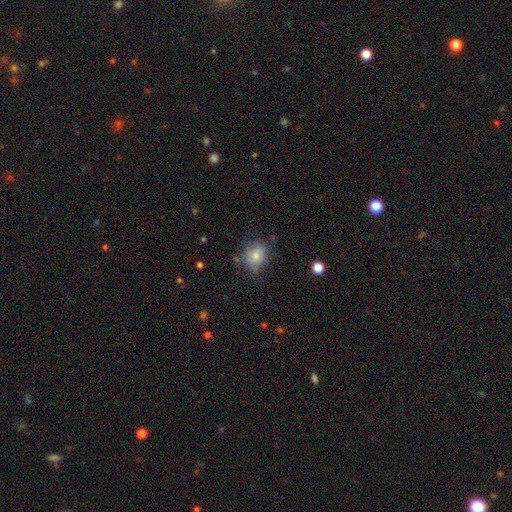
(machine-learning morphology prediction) smooth-or-featured: smooth: 74% | featured or disk: 16% | star or artifact: 9%
  how-rounded: round: 53% | in between: 46% | cigar-shaped: 1%
  merging: none: 59% | minor disturbance: 28% | major disturbance: 10% | merger: 4%